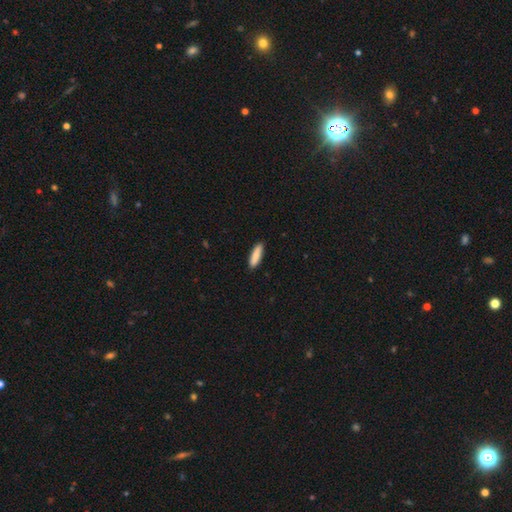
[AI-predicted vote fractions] smooth-or-featured: smooth: 87% | featured or disk: 7% | star or artifact: 6%
  how-rounded: cigar-shaped: 66% | in between: 33% | round: 2%
  merging: none: 88% | minor disturbance: 9% | major disturbance: 2% | merger: 1%